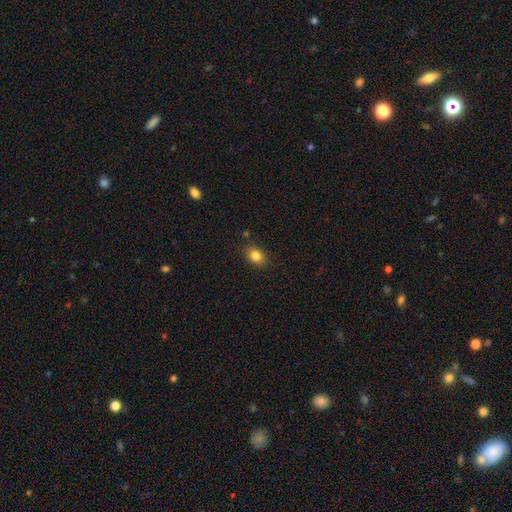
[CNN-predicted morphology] Smooth or featured? Predicted: smooth (p=0.84). How rounded? Predicted: in between (p=0.64). Merging? Predicted: none (p=0.85).